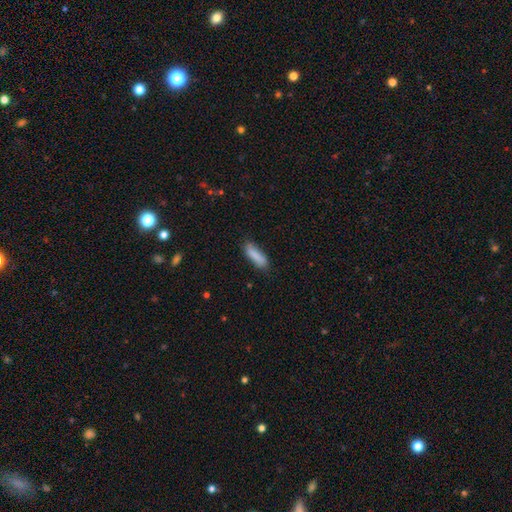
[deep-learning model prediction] Morphology: type=smooth (86%); roundness=cigar-shaped (54%); merging=none (76%).